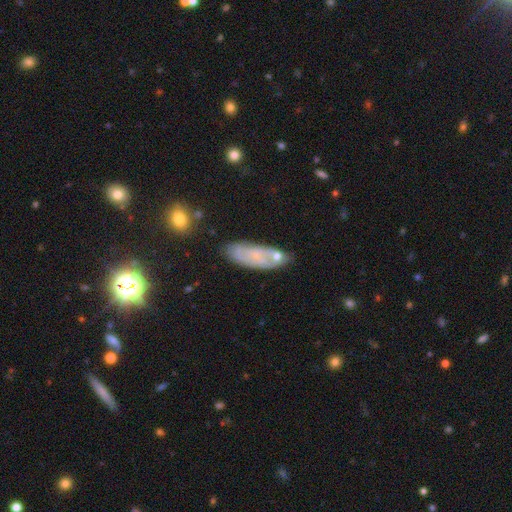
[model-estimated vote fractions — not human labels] A smooth galaxy with no disk features (48%).

Vote fractions:
- Smooth or featured? smooth: 48% / featured or disk: 42% / star or artifact: 10%
- Merging? none: 63% / minor disturbance: 21% / merger: 9% / major disturbance: 7%